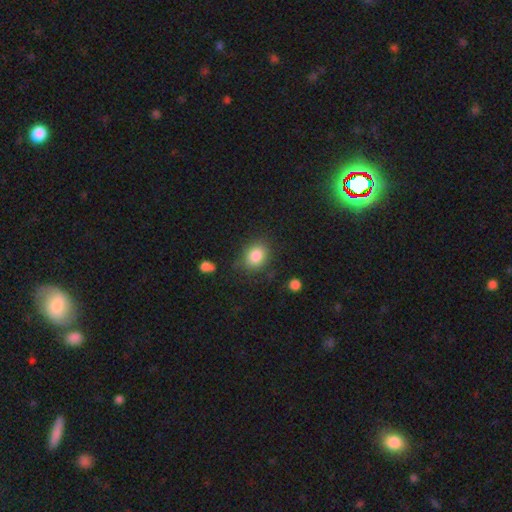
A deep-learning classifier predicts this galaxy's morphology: Smooth or featured? Predicted: smooth (p=0.84). How rounded? Predicted: in between (p=0.53). Merging? Predicted: none (p=0.78).